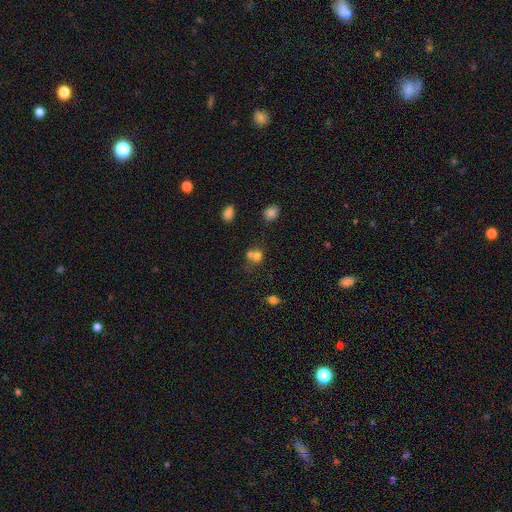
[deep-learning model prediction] Smooth or featured: smooth — 70% (star or artifact — 15%)
How rounded: round — 75% (in between — 24%)
Merging: merger — 56% (none — 33%)